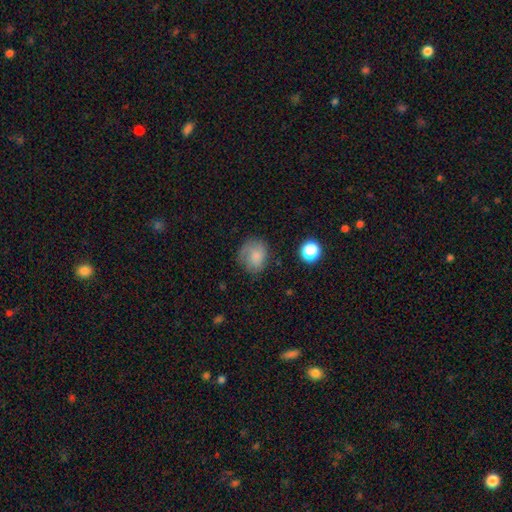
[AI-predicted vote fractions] The model was most divided on "merging": none: 60%, minor disturbance: 25%, major disturbance: 12%, merger: 2%. More confident: smooth or featured — smooth (70%); how rounded — round (67%).